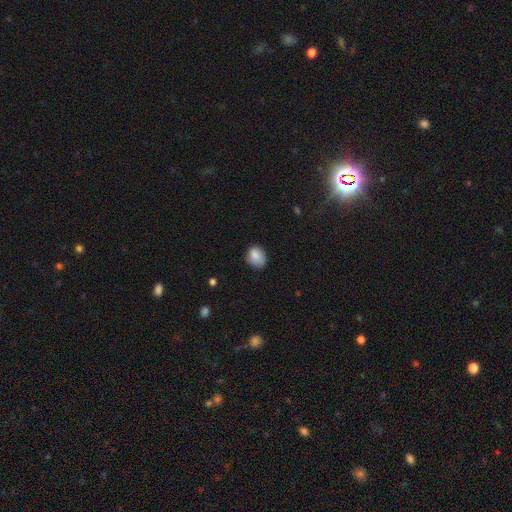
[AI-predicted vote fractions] smooth 84%, star or artifact 8%, featured or disk 8%. Down the decision tree: how rounded — round (51%); merging — none (67%).